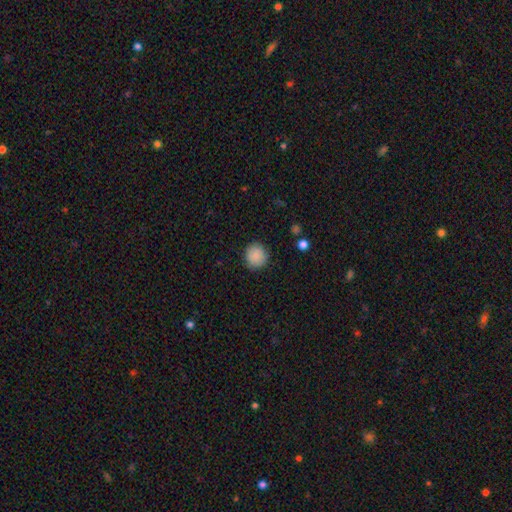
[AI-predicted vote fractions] smooth_or_featured: smooth (p=0.88) [alt: star or artifact p=0.08]
how_rounded: round (p=0.89) [alt: in between p=0.10]
merging: none (p=0.88) [alt: minor disturbance p=0.08]